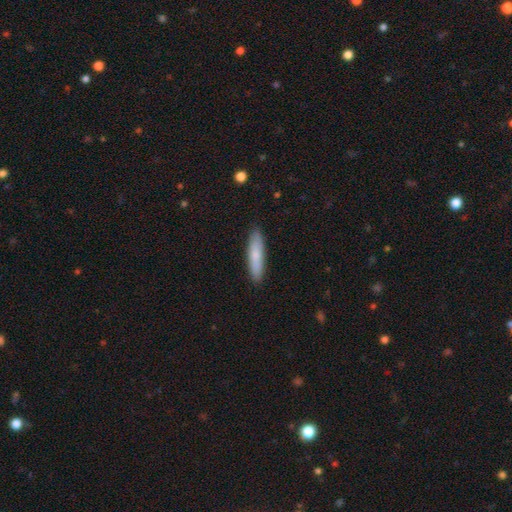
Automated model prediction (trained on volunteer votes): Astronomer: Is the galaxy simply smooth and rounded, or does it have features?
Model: smooth — 76%.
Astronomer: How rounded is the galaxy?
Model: cigar-shaped — 77%.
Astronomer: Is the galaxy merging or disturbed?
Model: none — 89%.